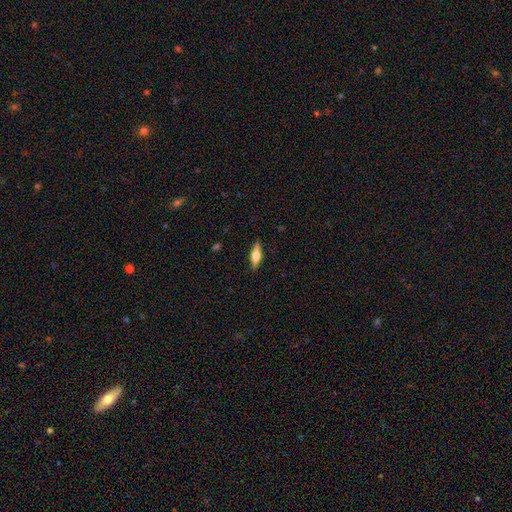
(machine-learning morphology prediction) Smooth or featured? Predicted: featured or disk (p=0.52). Edge-on disk? Predicted: yes (p=0.94). Merging? Predicted: none (p=0.89).